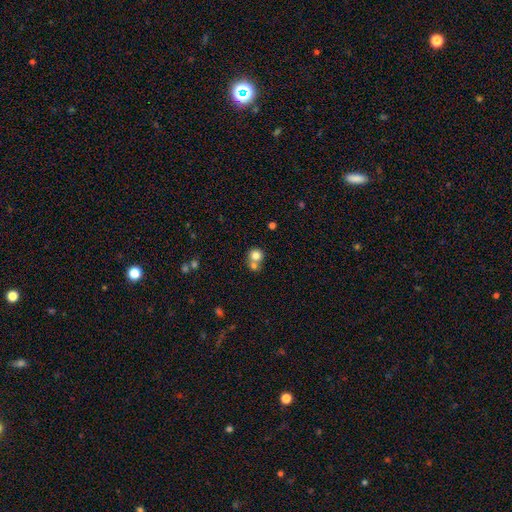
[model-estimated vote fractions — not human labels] Smooth or featured? smooth (79%)
How rounded? round (87%)
Merging? merger (45%)